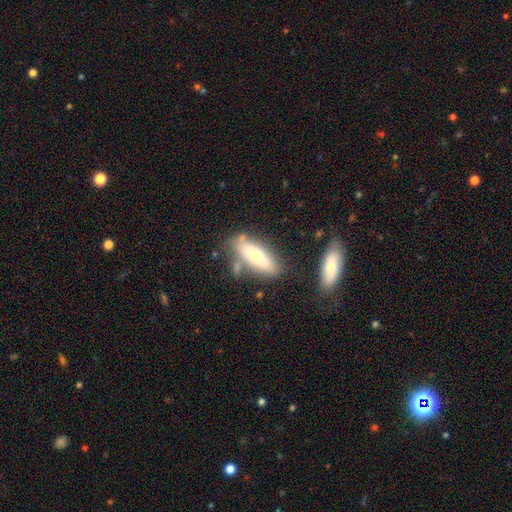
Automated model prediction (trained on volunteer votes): Smooth or featured? Predicted: smooth (p=0.63). How rounded? Predicted: in between (p=0.63). Merging? Predicted: none (p=0.66).